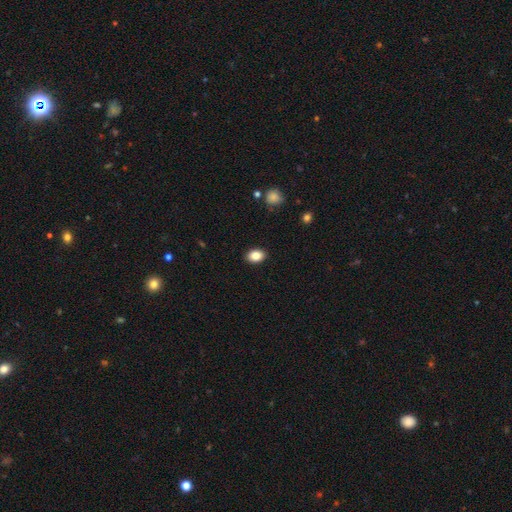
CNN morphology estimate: Smooth or featured? smooth (85%)
How rounded? in between (76%)
Merging? none (90%)